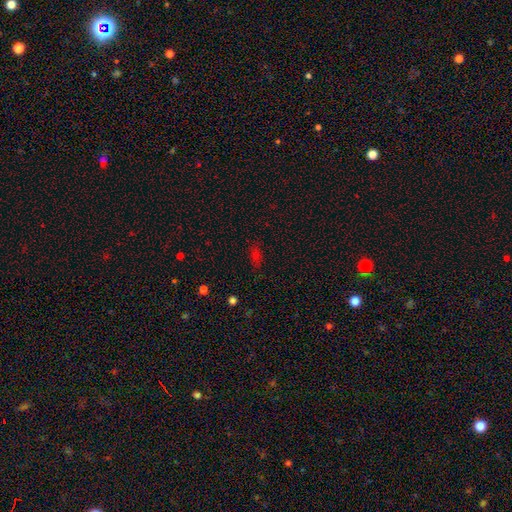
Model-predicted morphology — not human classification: The model was most divided on "smooth or featured": smooth: 69%, star or artifact: 22%, featured or disk: 9%. More confident: how rounded — in between (81%); merging — none (78%).